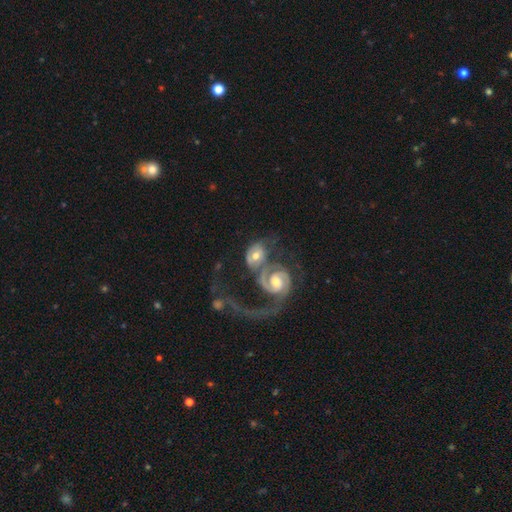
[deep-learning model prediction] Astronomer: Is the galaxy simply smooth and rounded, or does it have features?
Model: featured or disk — 72%.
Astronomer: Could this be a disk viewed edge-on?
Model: no — 96%.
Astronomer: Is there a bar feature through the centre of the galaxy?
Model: no — 53% (runner-up: weak, 35%).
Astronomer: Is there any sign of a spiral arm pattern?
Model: yes — 91%.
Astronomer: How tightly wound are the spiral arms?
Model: tight — 44% (runner-up: medium, 38%).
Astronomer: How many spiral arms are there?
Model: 2 — 72%.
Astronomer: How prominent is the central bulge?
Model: moderate — 67%.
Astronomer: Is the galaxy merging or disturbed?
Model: merger — 65%.